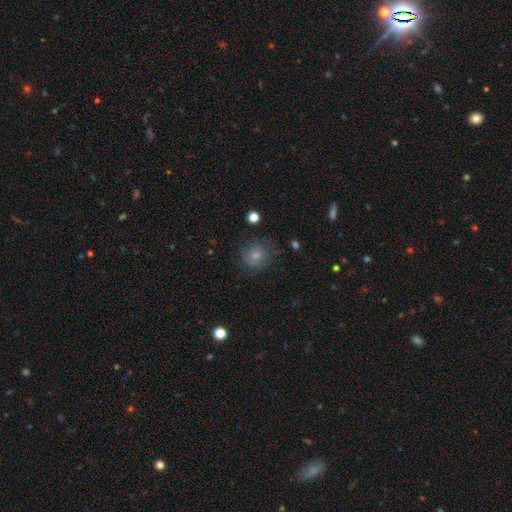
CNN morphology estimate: smooth_or_featured: smooth (p=0.78) [alt: star or artifact p=0.12]
how_rounded: round (p=0.84) [alt: in between p=0.15]
merging: none (p=0.71) [alt: minor disturbance p=0.19]